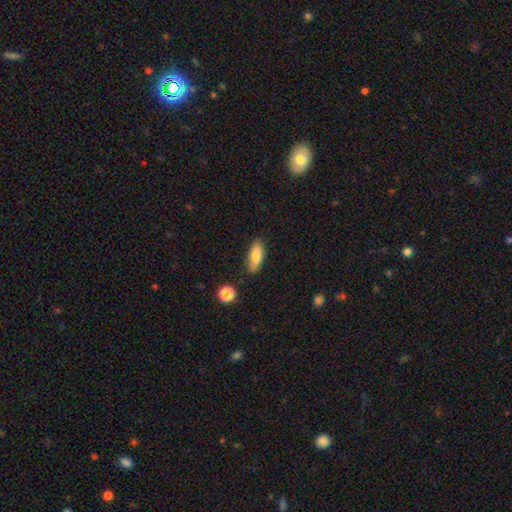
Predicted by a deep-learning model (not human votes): This appears to be a smooth galaxy with no disk features (80%) that is in between round and cigar-shaped (75%). Merging: none (78%).